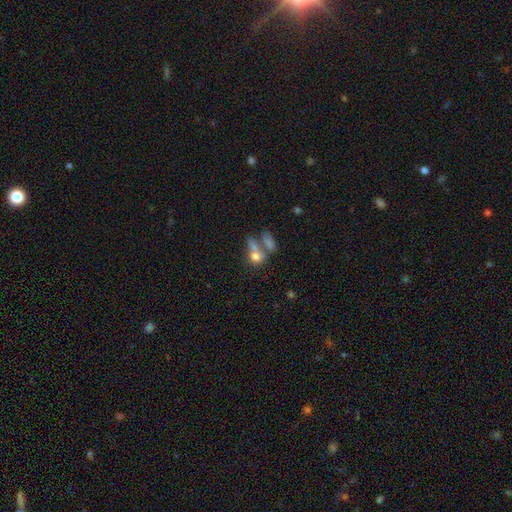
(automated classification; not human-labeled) A smooth galaxy with no disk features (70%) that is in between round and cigar-shaped (55%).

Vote fractions:
- Smooth or featured? smooth: 70% / featured or disk: 19% / star or artifact: 11%
- How rounded? in between: 55% / round: 39% / cigar-shaped: 6%
- Merging? merger: 51% / none: 29% / minor disturbance: 10% / major disturbance: 10%